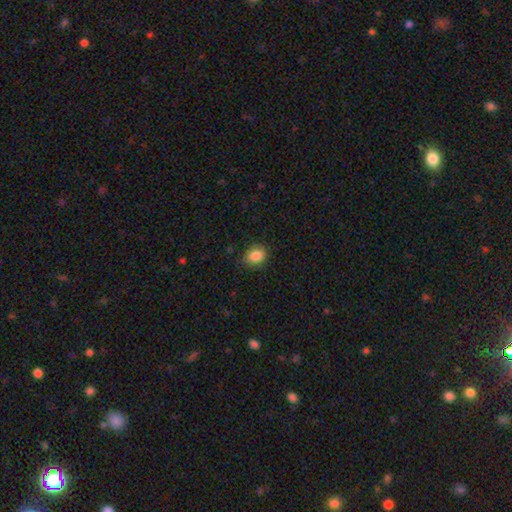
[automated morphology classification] Smooth or featured?
  - smooth: 85% *
  - star or artifact: 9%
  - featured or disk: 6%
How rounded?
  - round: 50% *
  - in between: 49%
  - cigar-shaped: 1%
Merging?
  - none: 82% *
  - minor disturbance: 14%
  - major disturbance: 3%
  - merger: 1%